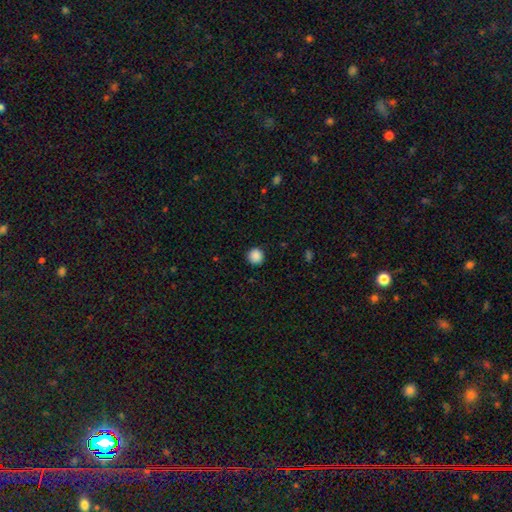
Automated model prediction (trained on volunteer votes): Smooth or featured: smooth — 88% (star or artifact — 9%)
How rounded: round — 95% (in between — 4%)
Merging: none — 92% (minor disturbance — 5%)